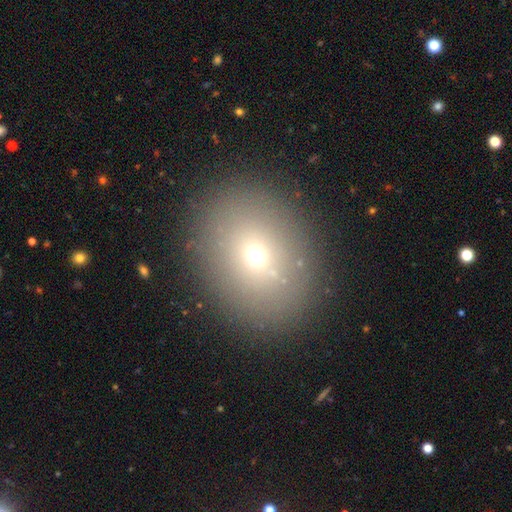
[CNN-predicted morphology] type=smooth (65%); roundness=in between (52%); merging=none (84%).